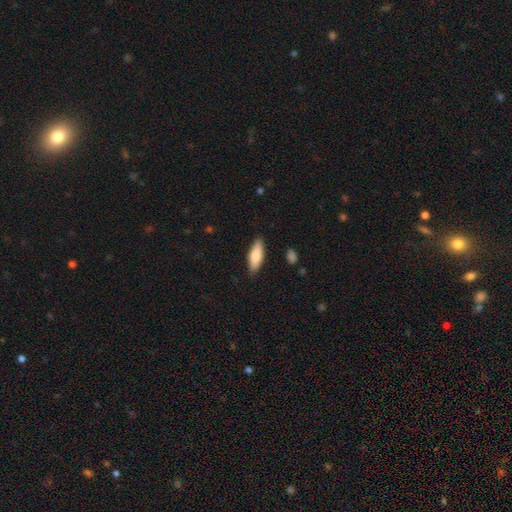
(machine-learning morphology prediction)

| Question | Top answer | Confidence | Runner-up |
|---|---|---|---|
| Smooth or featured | smooth | 80% | featured or disk (14%) |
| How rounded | in between | 58% | cigar-shaped (40%) |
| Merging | none | 87% | minor disturbance (10%) |